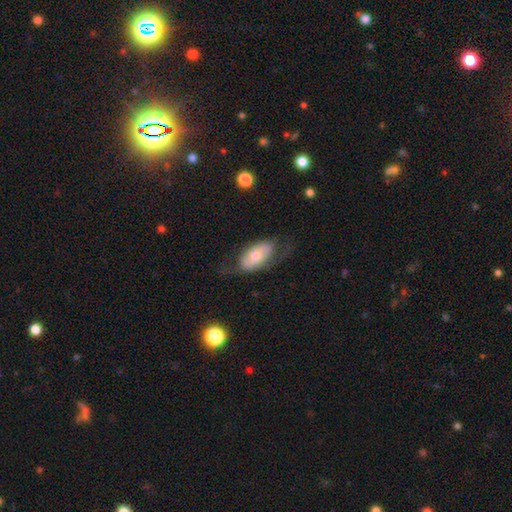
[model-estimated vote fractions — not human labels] A smooth galaxy with no disk features (53%) that is in between round and cigar-shaped (92%). Merging: none (57%).